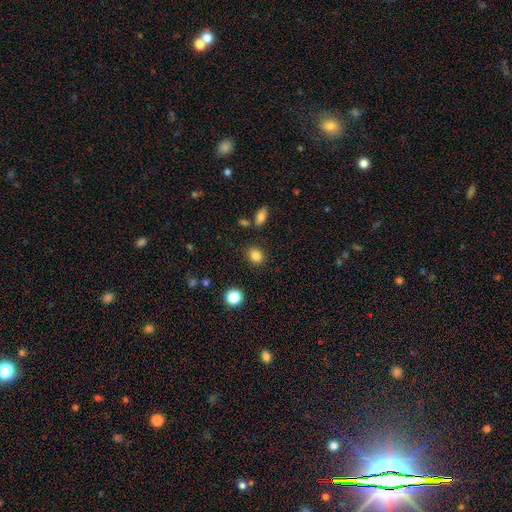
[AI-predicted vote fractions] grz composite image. It shows a smooth galaxy with no disk features (84%) that is round (58%). Merging: none (85%).